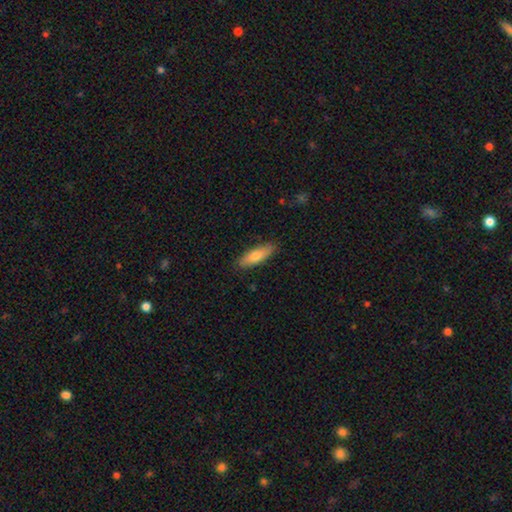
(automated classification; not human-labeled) Smooth or featured: smooth — 73% (featured or disk — 21%)
How rounded: cigar-shaped — 51% (in between — 47%)
Merging: none — 86% (minor disturbance — 11%)